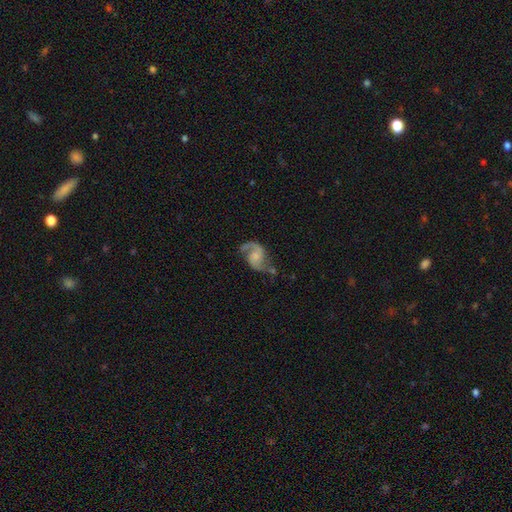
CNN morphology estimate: Q: Smooth or featured?
A: featured or disk (86%); runner-up: smooth (8%)
Q: Edge-on disk?
A: no (98%); runner-up: yes (2%)
Q: Bar?
A: no (59%); runner-up: weak (35%)
Q: Spiral arms?
A: yes (97%); runner-up: no (3%)
Q: Spiral winding?
A: medium (46%); runner-up: loose (44%)
Q: Spiral arm count?
A: 2 (89%); runner-up: 1 (6%)
Q: Bulge size?
A: small (39%); runner-up: moderate (36%)
Q: Merging?
A: none (60%); runner-up: minor disturbance (22%)